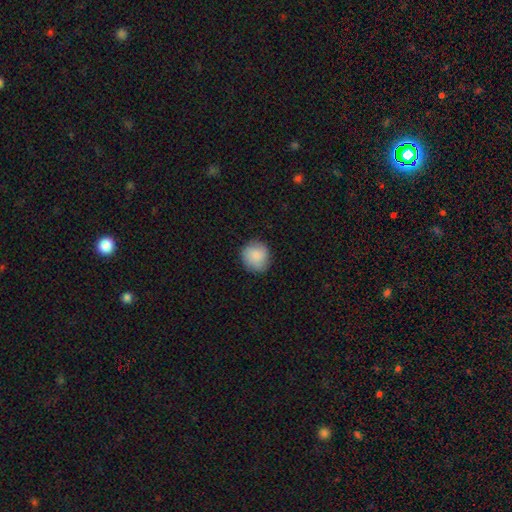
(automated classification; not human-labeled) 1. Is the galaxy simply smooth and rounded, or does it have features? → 87% smooth, 7% star or artifact, 6% featured or disk.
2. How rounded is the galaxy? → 88% round, 11% in between, 1% cigar-shaped.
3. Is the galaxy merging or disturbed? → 86% none, 11% minor disturbance, 2% major disturbance, 1% merger.